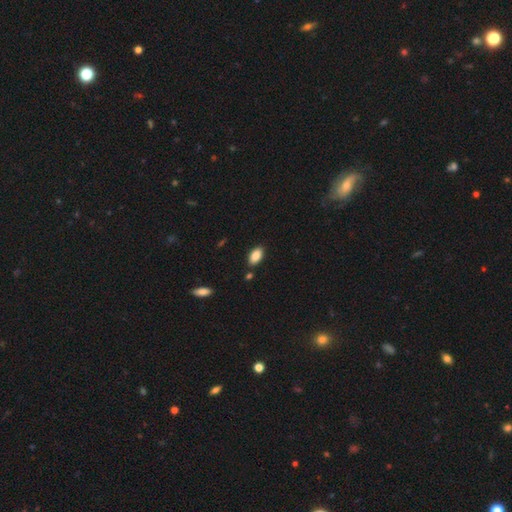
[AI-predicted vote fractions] Smooth or featured: smooth — 87% (star or artifact — 7%)
How rounded: in between — 93% (cigar-shaped — 4%)
Merging: none — 84% (minor disturbance — 10%)